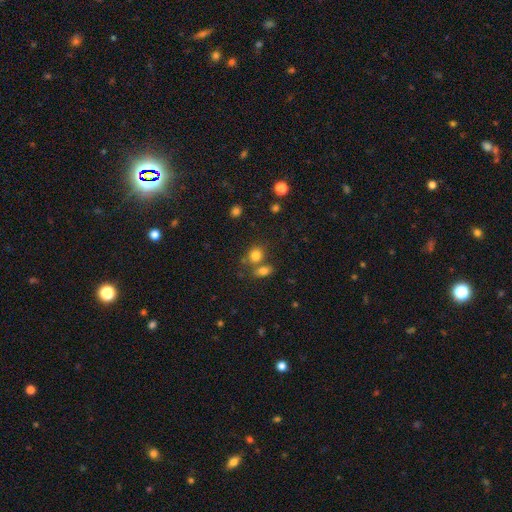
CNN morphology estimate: Smooth or featured? smooth (80%)
How rounded? round (58%)
Merging? none (54%)